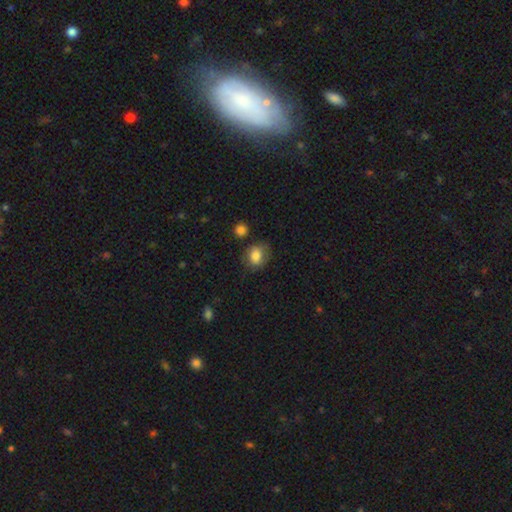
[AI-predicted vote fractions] This is clearly a smooth galaxy (81%). How rounded: possibly round (50%). Merging: likely none (69%).